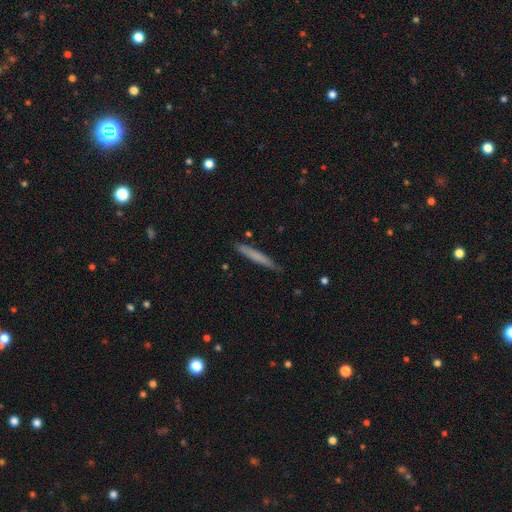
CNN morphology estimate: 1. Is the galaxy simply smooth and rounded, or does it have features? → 66% smooth, 28% featured or disk, 6% star or artifact.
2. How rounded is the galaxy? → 96% cigar-shaped, 3% in between, 1% round.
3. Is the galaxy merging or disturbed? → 86% none, 11% minor disturbance, 2% major disturbance, 2% merger.